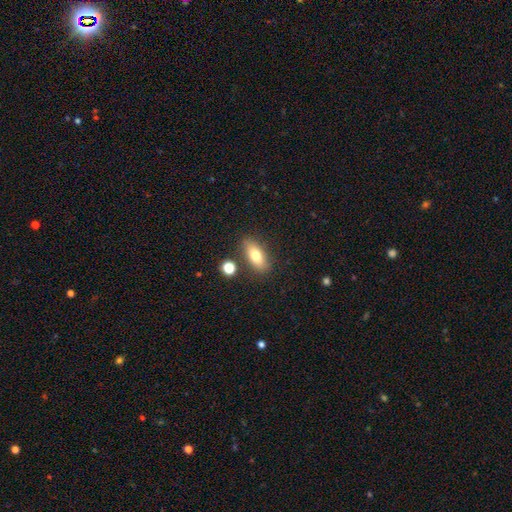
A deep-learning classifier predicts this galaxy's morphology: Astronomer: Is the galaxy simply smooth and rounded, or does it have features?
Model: smooth — 74%.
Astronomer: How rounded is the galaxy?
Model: in between — 77%.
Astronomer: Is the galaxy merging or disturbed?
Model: none — 80%.